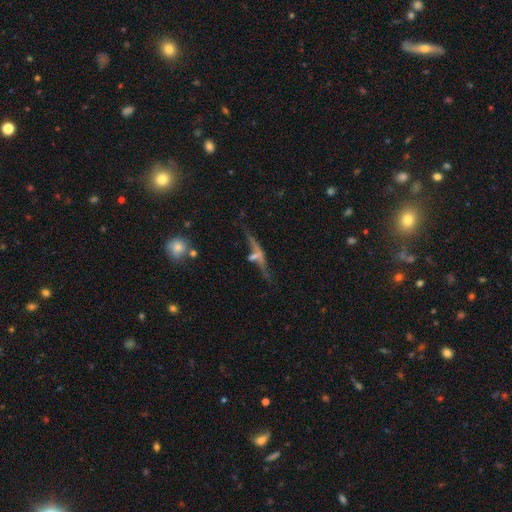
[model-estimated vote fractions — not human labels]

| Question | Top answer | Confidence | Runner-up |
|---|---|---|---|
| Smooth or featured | featured or disk | 67% | smooth (20%) |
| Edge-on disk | yes | 74% | no (26%) |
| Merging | none | 52% | minor disturbance (19%) |